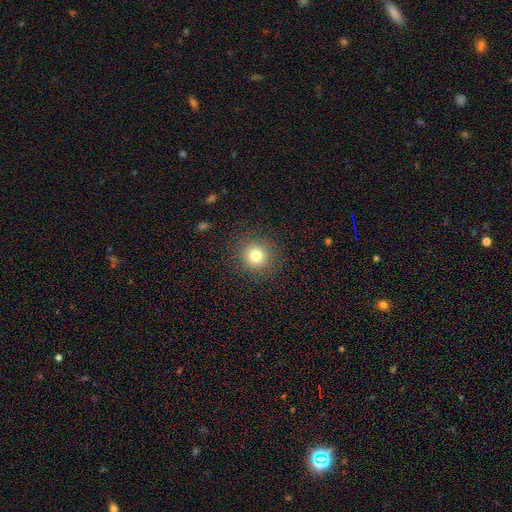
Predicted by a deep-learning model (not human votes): smooth_or_featured: smooth (p=0.78) [alt: star or artifact p=0.14]
how_rounded: round (p=0.94) [alt: in between p=0.06]
merging: none (p=0.89) [alt: minor disturbance p=0.07]